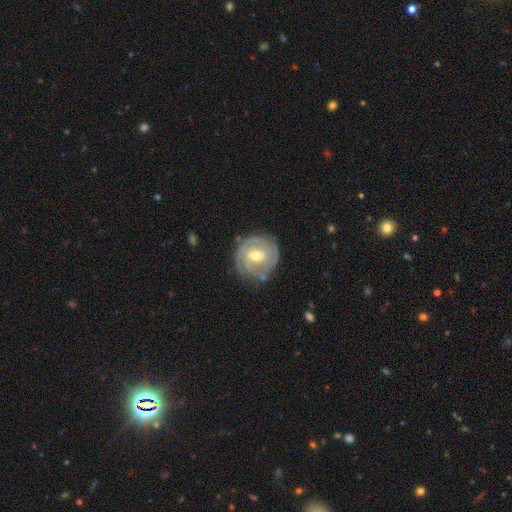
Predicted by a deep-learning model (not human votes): A featured or disk galaxy (81%) with a weak bar (55%), 2 (33%) tight (69%) spiral arms (91%) and a moderate central bulge (58%). Merging: none (75%).